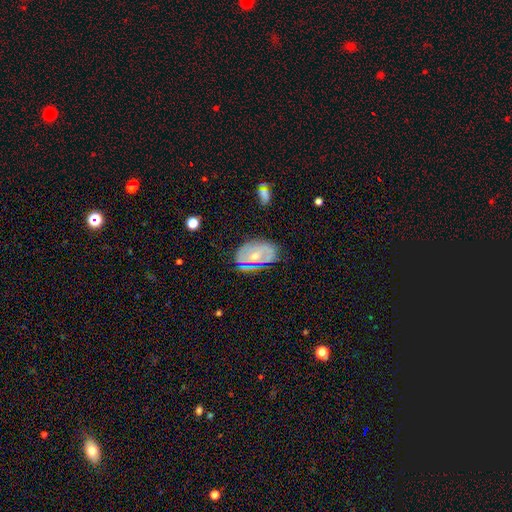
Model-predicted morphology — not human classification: A featured or disk galaxy (63%) with no bar (60%), spiral arms (62%) and a moderate central bulge (49%). Merging: none (69%).